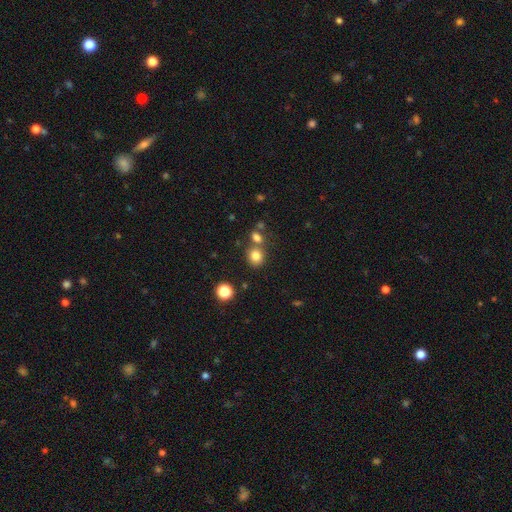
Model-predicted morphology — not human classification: This is clearly a smooth galaxy (80%). How rounded: likely round (74%). Merging: likely none (65%).